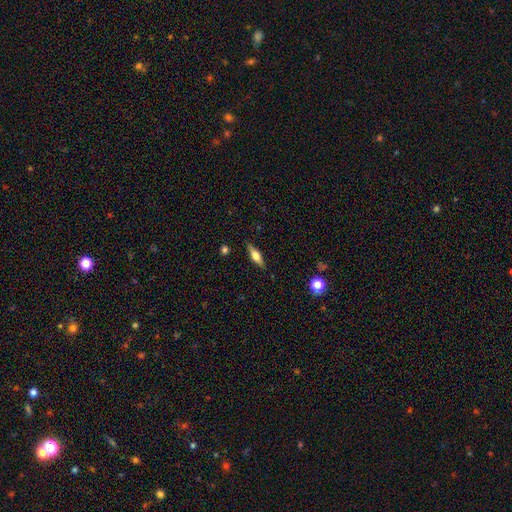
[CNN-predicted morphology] Smooth or featured?
  - featured or disk: 50% *
  - smooth: 43%
  - star or artifact: 7%
Edge-on disk?
  - yes: 93% *
  - no: 7%
Merging?
  - none: 87% *
  - minor disturbance: 10%
  - major disturbance: 2%
  - merger: 1%